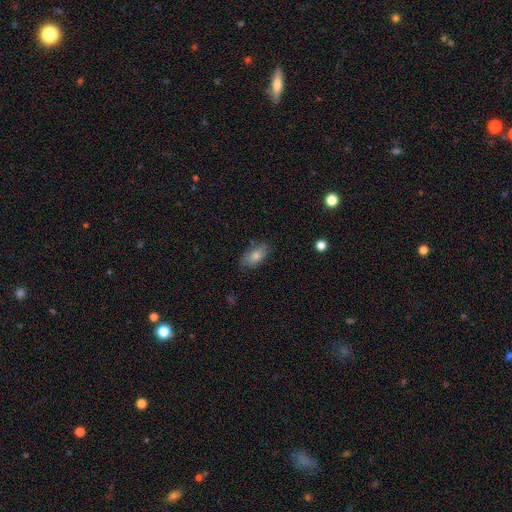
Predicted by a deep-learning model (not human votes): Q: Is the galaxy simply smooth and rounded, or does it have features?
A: smooth — 72%.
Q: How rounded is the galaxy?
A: in between — 88%.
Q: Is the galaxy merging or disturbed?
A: none — 78%.